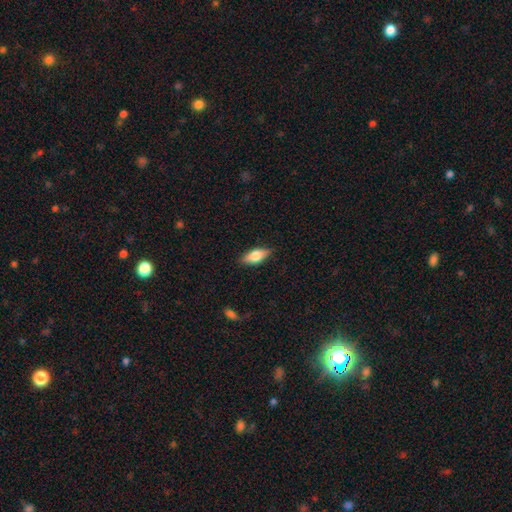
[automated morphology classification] Overall: smooth (66%; featured or disk 27%). How rounded: in between (79%). Merging: none (85%).